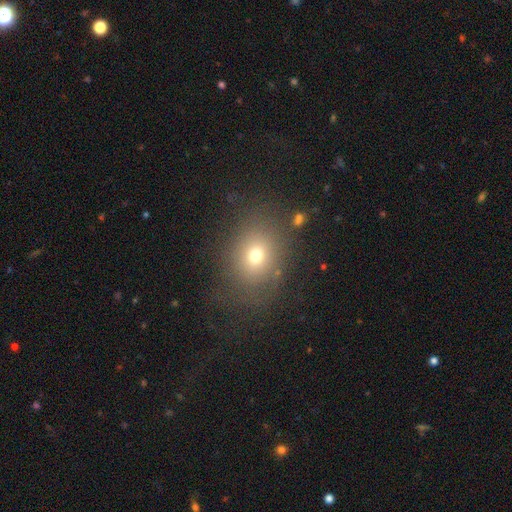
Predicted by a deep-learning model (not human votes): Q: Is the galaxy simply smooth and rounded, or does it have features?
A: smooth — 69%.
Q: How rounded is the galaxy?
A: round — 53%.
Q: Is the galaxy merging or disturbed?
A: none — 74%.